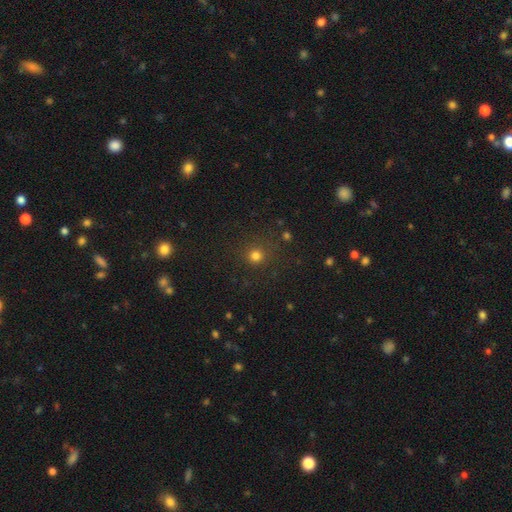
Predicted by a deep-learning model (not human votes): This appears to be a smooth galaxy with no disk features (77%) that is round (93%). Merging: none (85%).